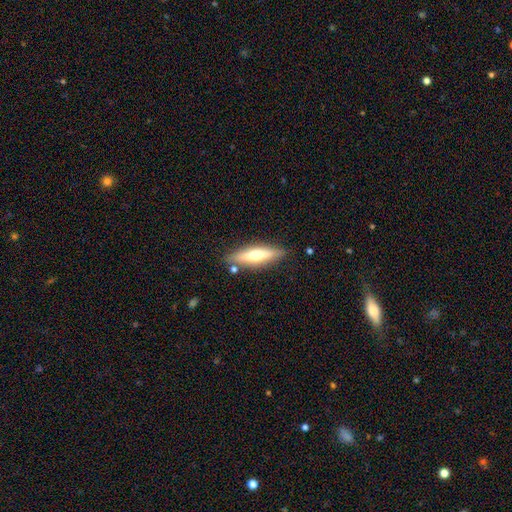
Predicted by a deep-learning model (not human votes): This is possibly a featured or disk galaxy (49%). Merging: clearly none (83%).